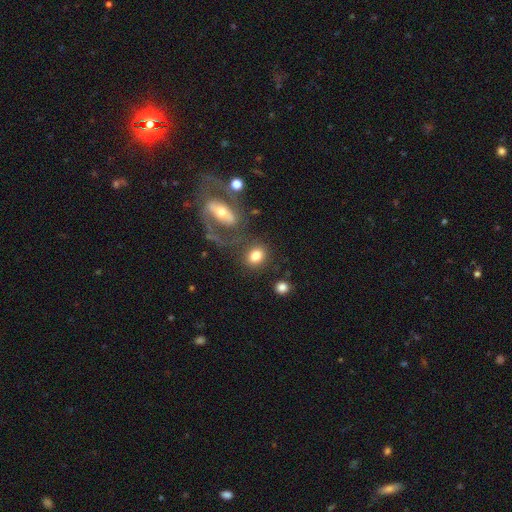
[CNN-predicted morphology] This appears to be a smooth galaxy with no disk features (78%) that is in between round and cigar-shaped (49%, tied with round). Merging: none (72%).